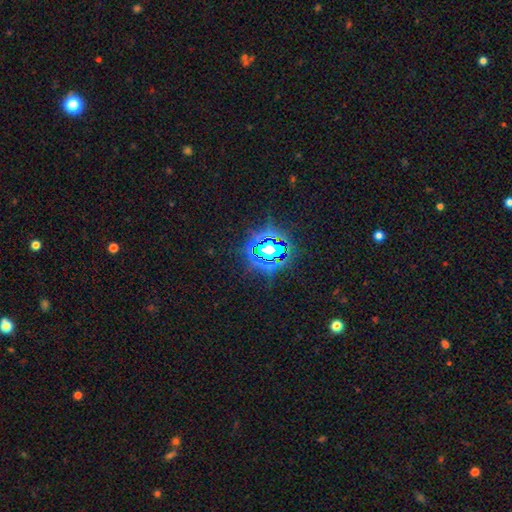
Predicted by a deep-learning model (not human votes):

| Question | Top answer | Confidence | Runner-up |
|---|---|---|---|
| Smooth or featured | star or artifact | 83% | smooth (11%) |